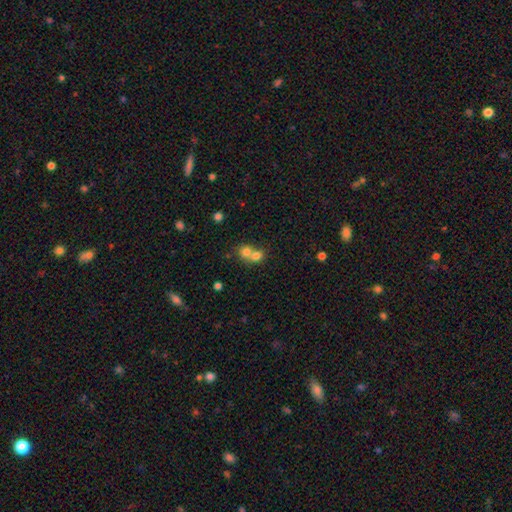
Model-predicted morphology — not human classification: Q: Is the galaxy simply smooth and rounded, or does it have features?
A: smooth — 74%.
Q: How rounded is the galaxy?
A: round — 73%.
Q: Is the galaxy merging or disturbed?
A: merger — 66%.